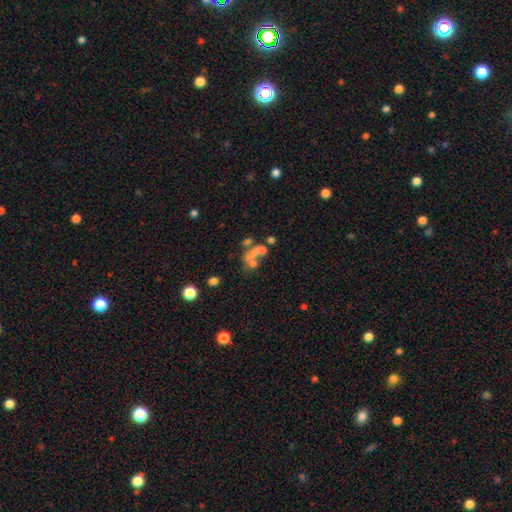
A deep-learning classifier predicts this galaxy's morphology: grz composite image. It shows a smooth galaxy with no disk features (50%) that is in between round and cigar-shaped (56%). Merging: merger (47%).